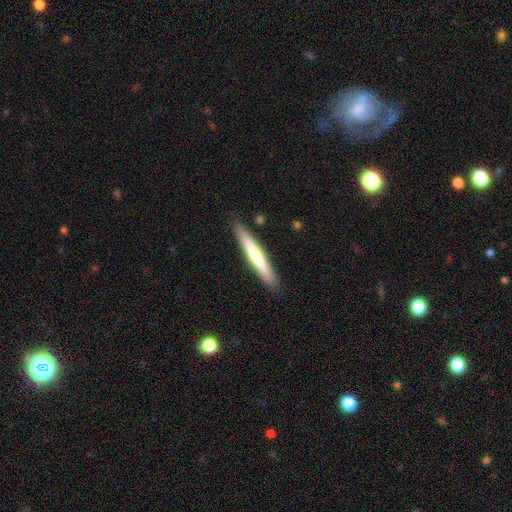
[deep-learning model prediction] Overall: smooth (59%; featured or disk 37%). How rounded: cigar-shaped (95%). Merging: none (89%).